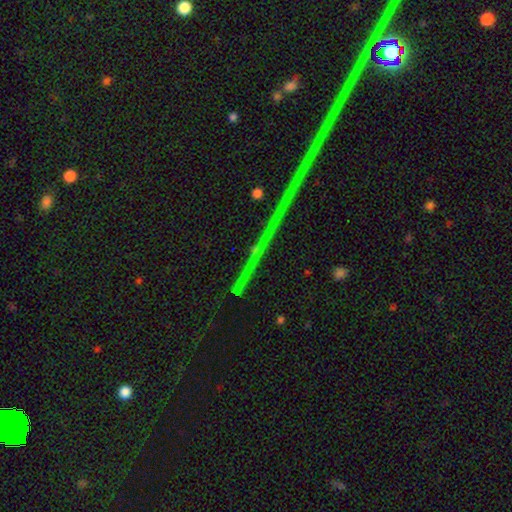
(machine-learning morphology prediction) This appears to be a star or artifact, not a galaxy (79%).